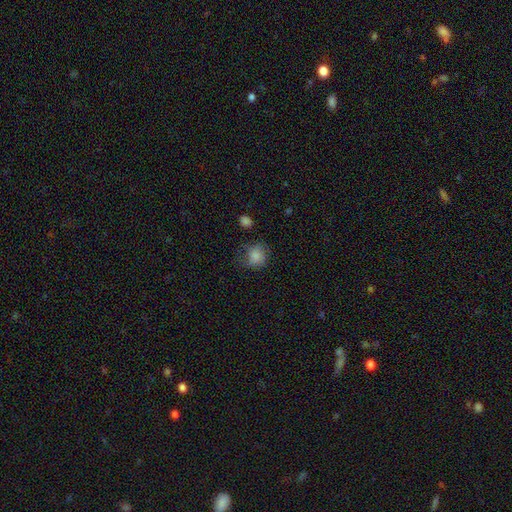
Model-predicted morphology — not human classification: The model was most divided on "merging": none: 57%, minor disturbance: 27%, major disturbance: 13%, merger: 2%. More confident: smooth or featured — smooth (83%); how rounded — round (77%).